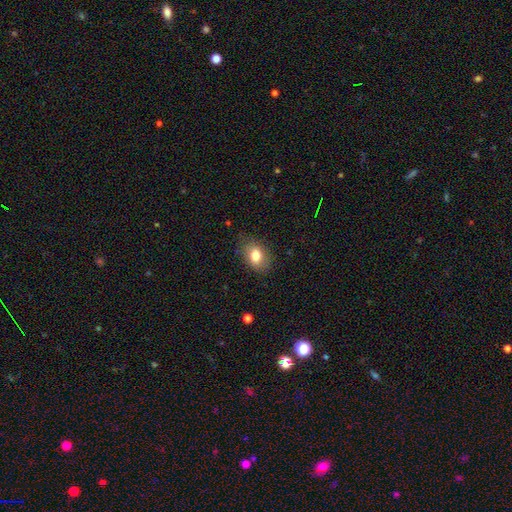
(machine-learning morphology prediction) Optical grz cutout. It shows a smooth galaxy with no disk features (79%) that is in between round and cigar-shaped (76%). Merging: none (77%).